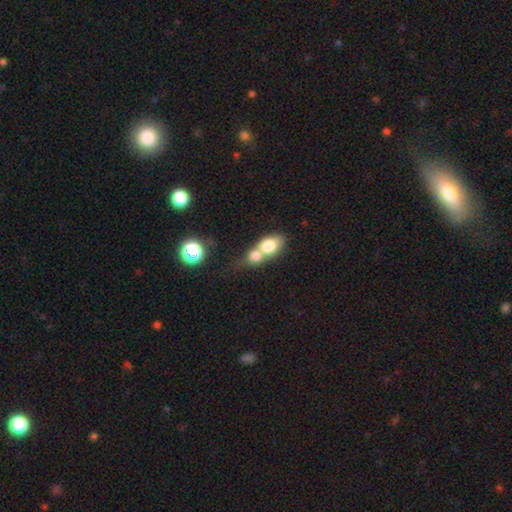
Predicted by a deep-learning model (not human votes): This is likely a smooth galaxy (72%). How rounded: likely in between (63%). Merging: likely merger (73%).